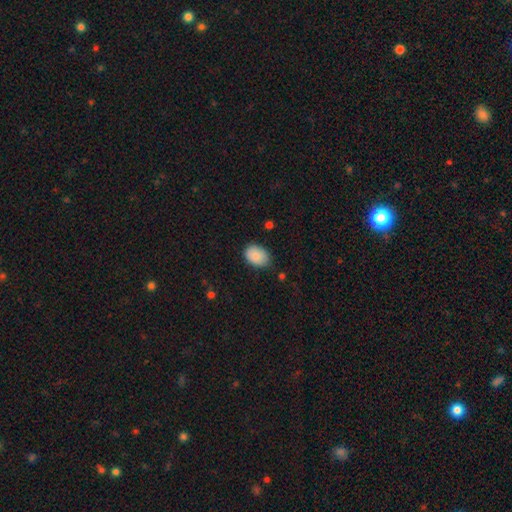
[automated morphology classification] Overall: smooth (85%). How rounded: in between (81%). Merging: none (75%).